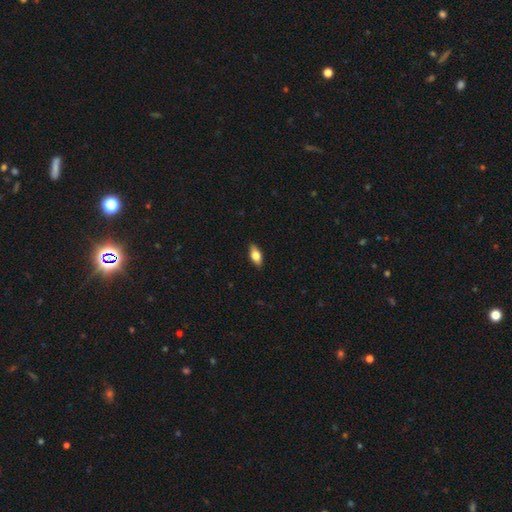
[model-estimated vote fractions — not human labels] A smooth galaxy with no disk features (69%) that is in between round and cigar-shaped (83%).

Vote fractions:
- Smooth or featured? smooth: 69% / featured or disk: 25% / star or artifact: 7%
- How rounded? in between: 83% / cigar-shaped: 13% / round: 4%
- Merging? none: 88% / minor disturbance: 9% / major disturbance: 2% / merger: 1%